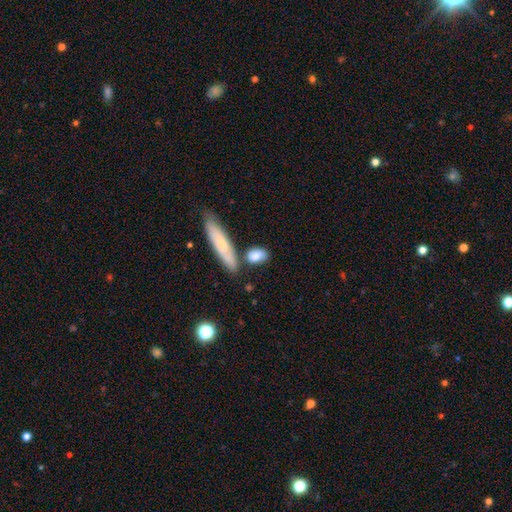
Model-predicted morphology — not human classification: A smooth galaxy with no disk features (79%) that is in between round and cigar-shaped (70%).

Vote fractions:
- Smooth or featured? smooth: 79% / featured or disk: 15% / star or artifact: 6%
- How rounded? in between: 70% / cigar-shaped: 18% / round: 12%
- Merging? none: 60% / merger: 18% / minor disturbance: 17% / major disturbance: 5%